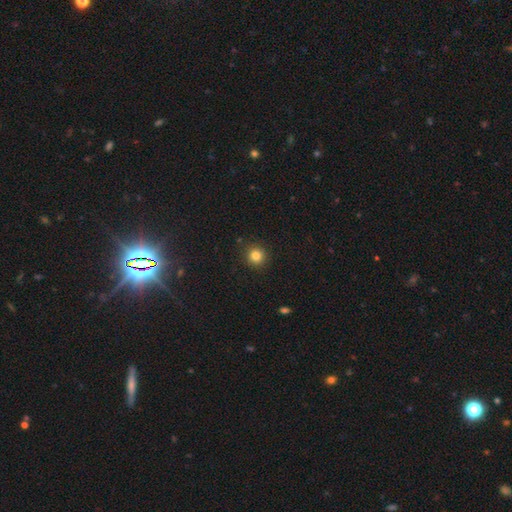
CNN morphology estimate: The model was most divided on "smooth or featured": smooth: 83%, star or artifact: 12%, featured or disk: 5%. More confident: how rounded — round (93%); merging — none (91%).